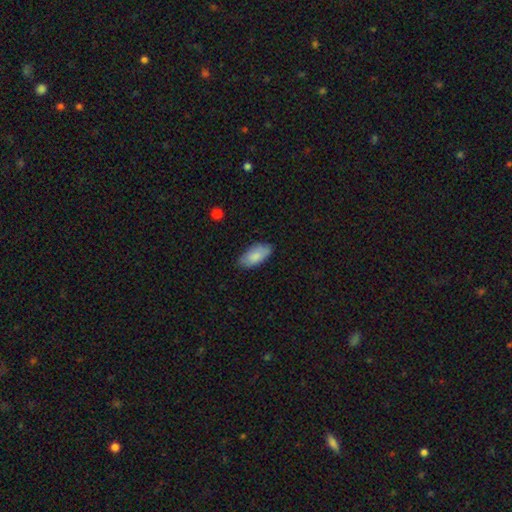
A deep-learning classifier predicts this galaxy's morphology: smooth_or_featured: smooth (p=0.83) [alt: featured or disk p=0.11]
how_rounded: in between (p=0.93) [alt: cigar-shaped p=0.05]
merging: none (p=0.78) [alt: minor disturbance p=0.18]